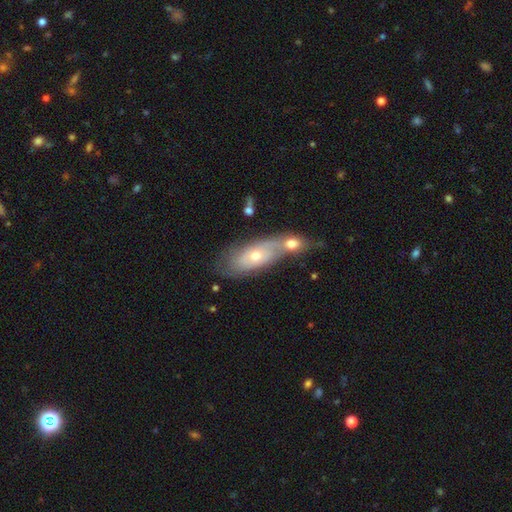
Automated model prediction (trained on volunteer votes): A featured or disk galaxy (53%). Merging: merger (54%).